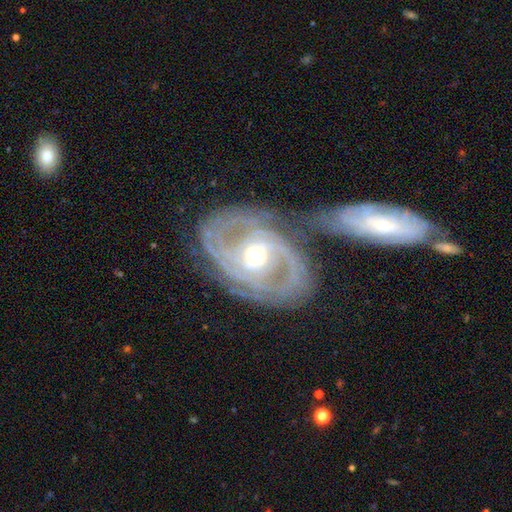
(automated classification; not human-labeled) smooth_or_featured: featured or disk (p=0.90) [alt: smooth p=0.05]
disk_edge_on: no (p=0.96) [alt: yes p=0.04]
bar: no (p=0.41) [alt: weak p=0.38]
has_spiral_arms: yes (p=0.94) [alt: no p=0.06]
spiral_winding: tight (p=0.54) [alt: medium p=0.35]
spiral_arm_count: 2 (p=0.55) [alt: can't tell p=0.16]
bulge_size: moderate (p=0.66) [alt: small p=0.26]
merging: none (p=0.66) [alt: minor disturbance p=0.18]